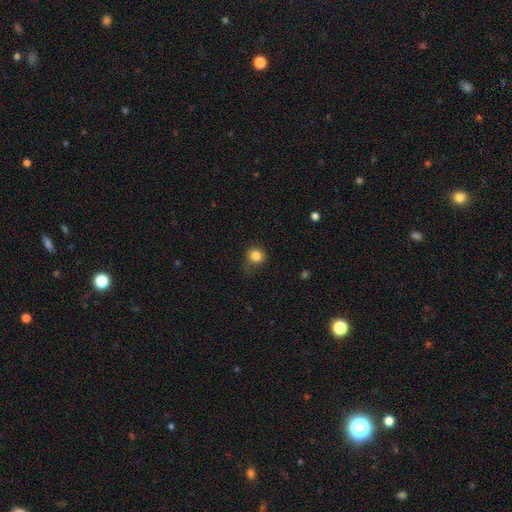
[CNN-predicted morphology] smooth-or-featured: smooth: 83% | star or artifact: 11% | featured or disk: 5%
  how-rounded: round: 85% | in between: 14% | cigar-shaped: 1%
  merging: none: 67% | minor disturbance: 24% | major disturbance: 8% | merger: 1%